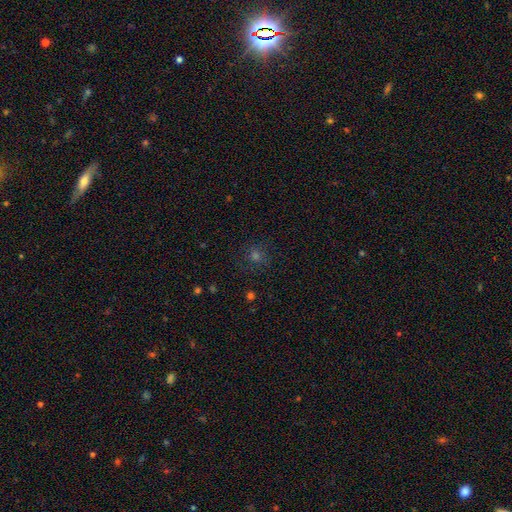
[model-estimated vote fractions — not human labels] smooth 52%, star or artifact 37%, featured or disk 11%. Down the decision tree: how rounded — round (87%); merging — none (84%).